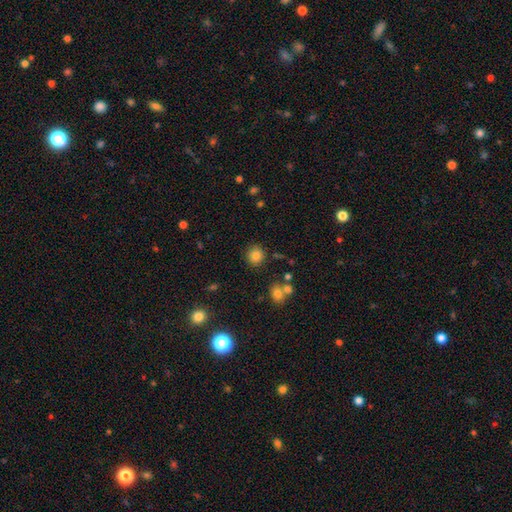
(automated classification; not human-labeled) Overall: smooth (82%). How rounded: round (90%). Merging: none (86%).